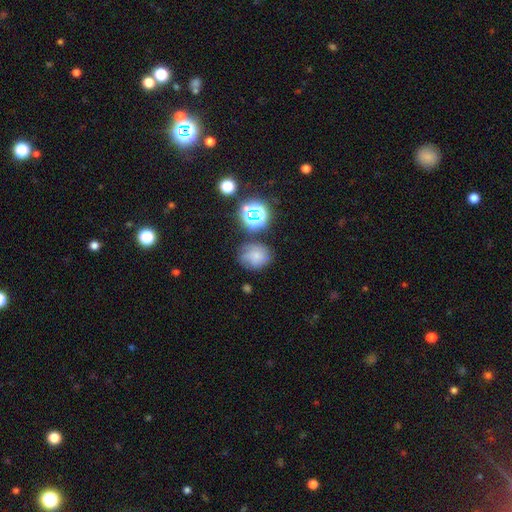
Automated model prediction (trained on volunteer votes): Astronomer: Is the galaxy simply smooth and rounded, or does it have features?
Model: smooth — 54%.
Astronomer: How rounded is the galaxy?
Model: round — 65%.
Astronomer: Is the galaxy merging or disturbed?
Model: none — 60%.